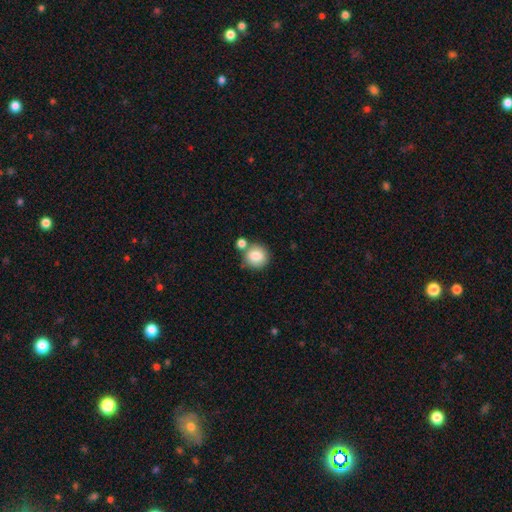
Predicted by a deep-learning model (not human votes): smooth 83%, featured or disk 9%, star or artifact 9%. Down the decision tree: how rounded — round (90%); merging — none (62%).